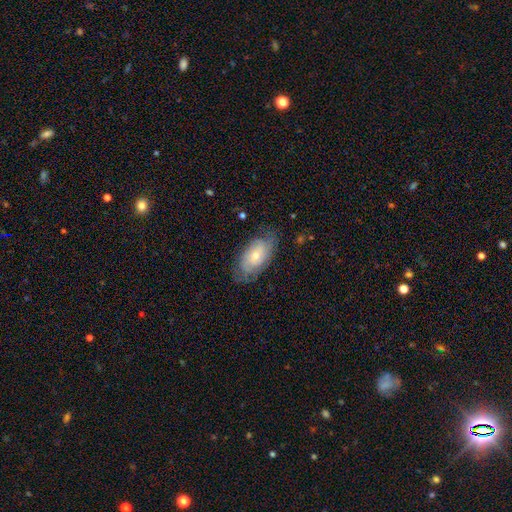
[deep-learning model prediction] This appears to be a featured or disk galaxy (50%). Merging: none (69%).